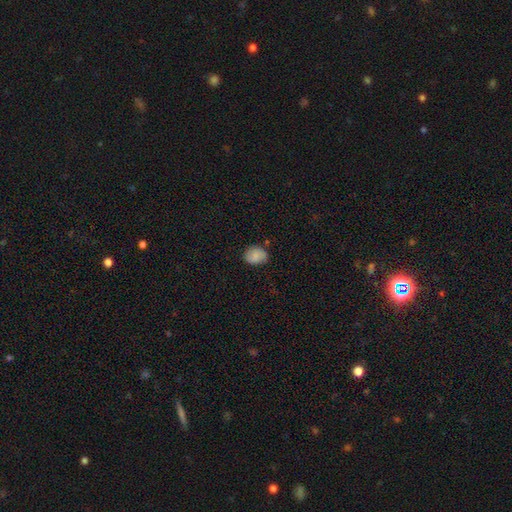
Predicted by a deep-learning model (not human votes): A smooth galaxy with no disk features (80%) that is in between round and cigar-shaped (50%).

Vote fractions:
- Smooth or featured? smooth: 80% / featured or disk: 11% / star or artifact: 8%
- How rounded? in between: 50% / round: 49% / cigar-shaped: 1%
- Merging? none: 75% / minor disturbance: 19% / major disturbance: 4% / merger: 2%